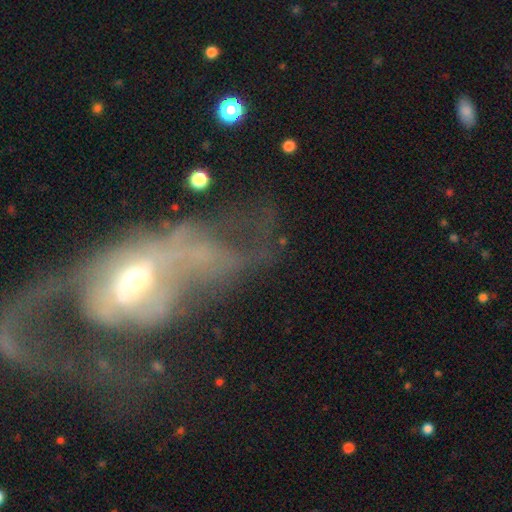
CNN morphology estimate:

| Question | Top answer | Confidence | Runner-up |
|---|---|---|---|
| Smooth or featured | featured or disk | 65% | smooth (21%) |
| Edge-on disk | no | 92% | yes (8%) |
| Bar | no | 66% | weak (24%) |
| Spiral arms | no | 57% | yes (43%) |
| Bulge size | moderate | 52% | small (37%) |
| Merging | major disturbance | 57% | merger (18%) |